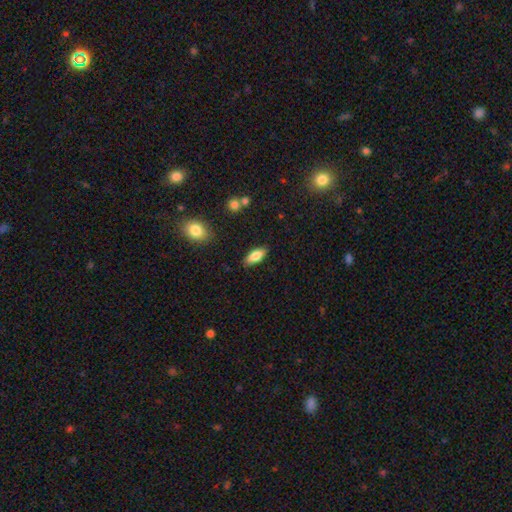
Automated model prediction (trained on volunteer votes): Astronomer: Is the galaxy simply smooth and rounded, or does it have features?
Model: smooth — 78%.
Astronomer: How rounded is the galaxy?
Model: in between — 76%.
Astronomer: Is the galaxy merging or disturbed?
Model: none — 85%.